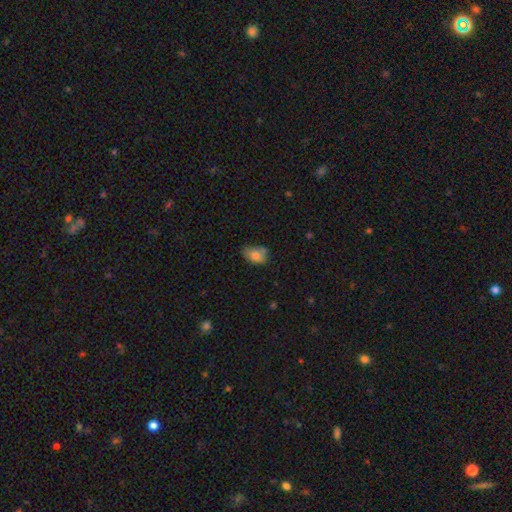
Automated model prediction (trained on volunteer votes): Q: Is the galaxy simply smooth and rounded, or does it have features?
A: smooth — 77%.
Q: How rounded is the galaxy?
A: in between — 82%.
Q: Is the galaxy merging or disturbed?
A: none — 50%.